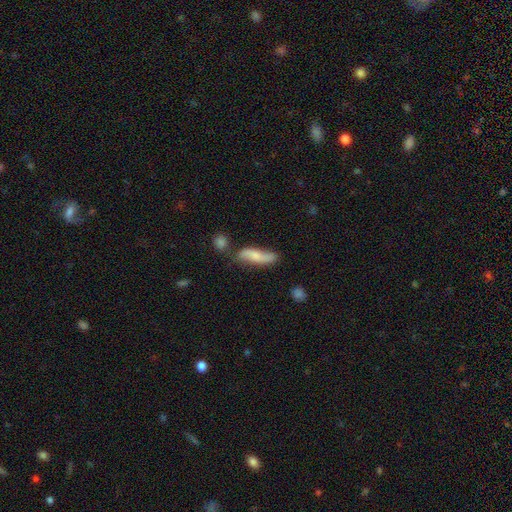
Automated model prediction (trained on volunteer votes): smooth_or_featured: smooth (p=0.56) [alt: featured or disk p=0.37]
how_rounded: cigar-shaped (p=0.58) [alt: in between p=0.39]
merging: none (p=0.61) [alt: minor disturbance p=0.22]